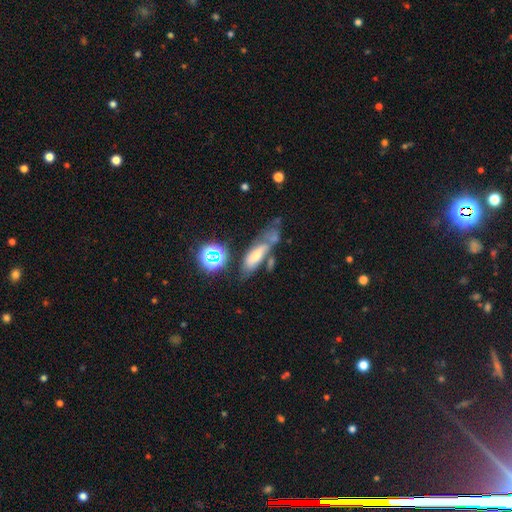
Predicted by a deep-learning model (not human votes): A smooth galaxy with no disk features (42%).

Vote fractions:
- Smooth or featured? smooth: 42% / featured or disk: 35% / star or artifact: 23%
- Merging? none: 40% / minor disturbance: 22% / merger: 20% / major disturbance: 18%